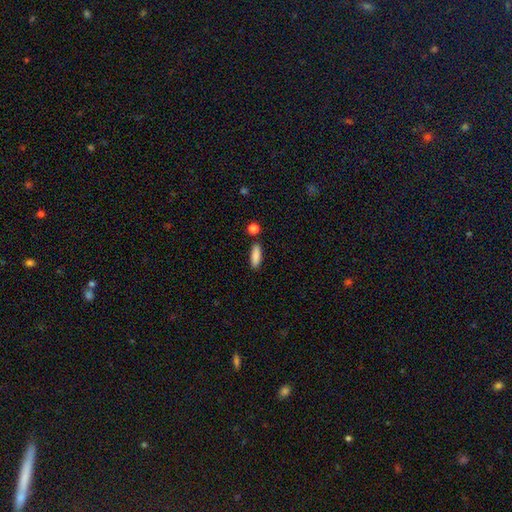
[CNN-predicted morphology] This appears to be a smooth galaxy with no disk features (88%) that is in between round and cigar-shaped (49%). Merging: none (83%).